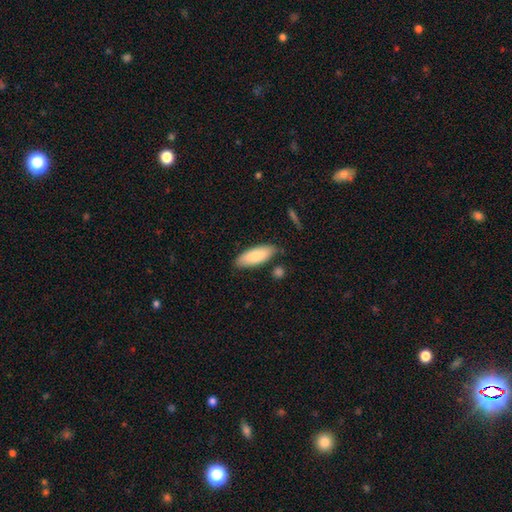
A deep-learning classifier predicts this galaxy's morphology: Smooth or featured?
  - smooth: 81% *
  - featured or disk: 14%
  - star or artifact: 6%
How rounded?
  - in between: 73% *
  - cigar-shaped: 25%
  - round: 2%
Merging?
  - none: 80% *
  - minor disturbance: 14%
  - merger: 3%
  - major disturbance: 3%